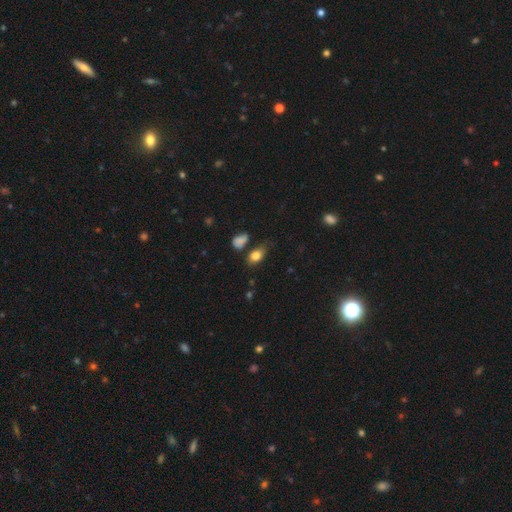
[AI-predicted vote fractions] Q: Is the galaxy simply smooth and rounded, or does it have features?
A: smooth — 82%.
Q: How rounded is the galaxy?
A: in between — 82%.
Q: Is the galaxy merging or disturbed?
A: none — 59%.